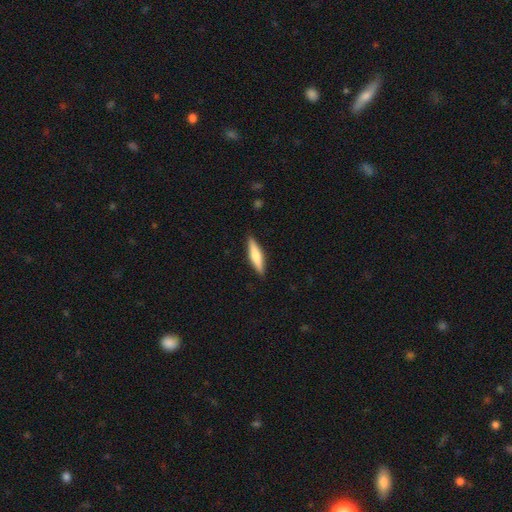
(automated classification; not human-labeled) The model was most divided on "smooth or featured": smooth: 61%, featured or disk: 33%, star or artifact: 5%. More confident: merging — none (89%); how rounded — cigar-shaped (79%).